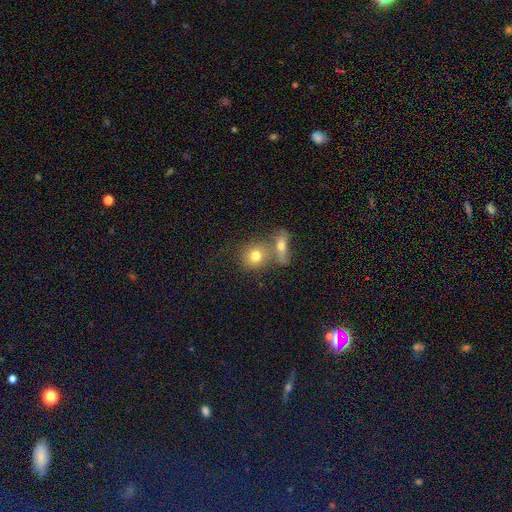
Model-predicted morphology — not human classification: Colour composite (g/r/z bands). It shows a smooth galaxy with no disk features (74%) that is round (72%). Merging: none (44%).